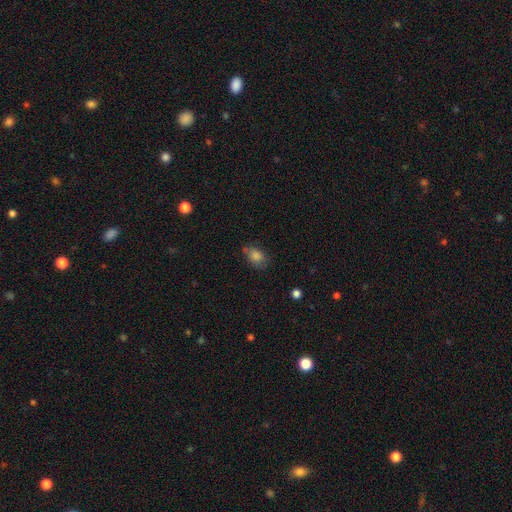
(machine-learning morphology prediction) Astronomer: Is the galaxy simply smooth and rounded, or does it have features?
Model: smooth — 79%.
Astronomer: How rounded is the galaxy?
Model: in between — 71%.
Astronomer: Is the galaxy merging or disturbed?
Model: none — 64%.